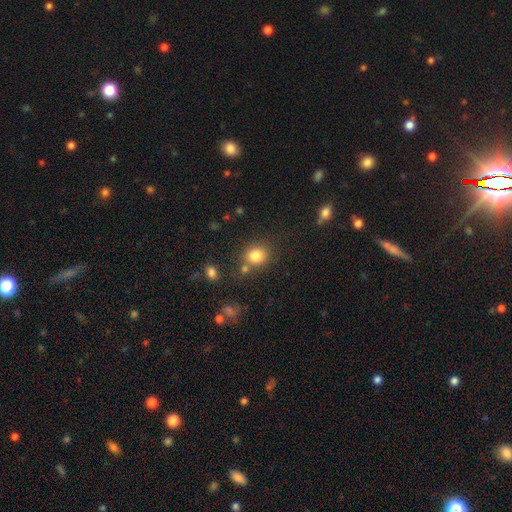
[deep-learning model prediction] This appears to be a smooth galaxy with no disk features (81%) that is round (76%). Merging: none (71%).